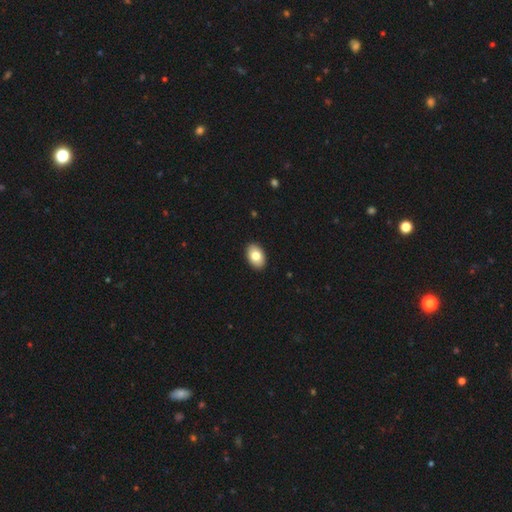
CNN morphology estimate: This appears to be a smooth galaxy with no disk features (81%) that is in between round and cigar-shaped (89%). Merging: none (91%).